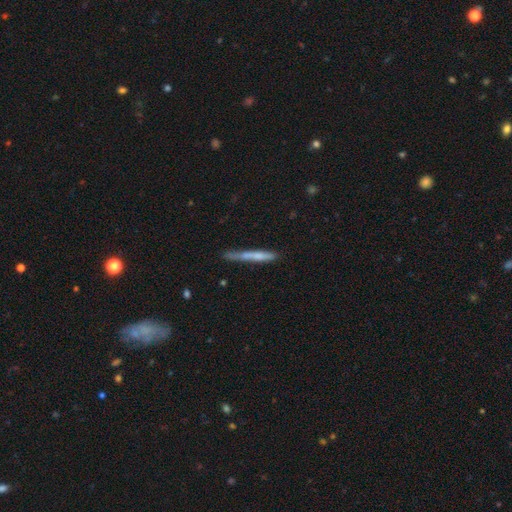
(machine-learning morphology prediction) Smooth or featured: smooth — 57% (featured or disk — 36%)
How rounded: cigar-shaped — 95% (in between — 3%)
Merging: none — 65% (minor disturbance — 23%)